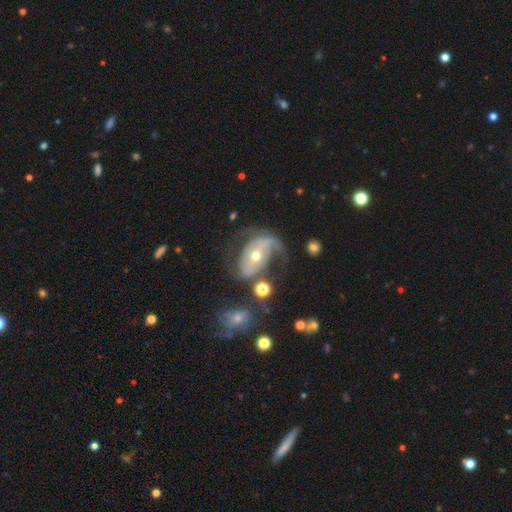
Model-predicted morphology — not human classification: The model was most divided on "spiral winding": medium: 39%, loose: 37%, tight: 24%. Remaining: edge-on disk — no (96%); spiral arms — yes (85%); smooth or featured — featured or disk (79%); bulge size — moderate (58%); spiral arm count — 2 (52%); bar — no (46%); merging — none (40%).